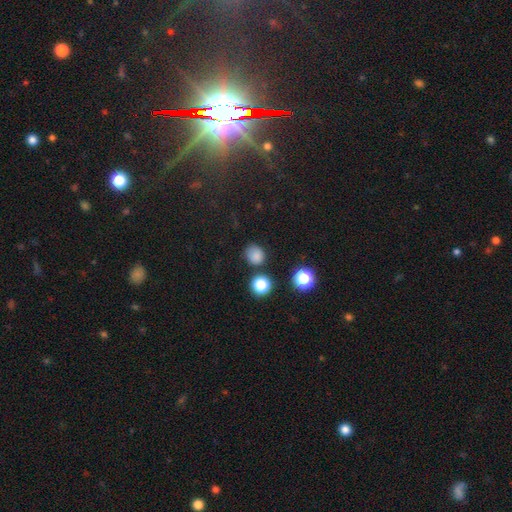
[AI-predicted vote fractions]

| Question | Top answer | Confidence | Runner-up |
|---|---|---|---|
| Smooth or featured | smooth | 78% | star or artifact (17%) |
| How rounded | round | 73% | in between (26%) |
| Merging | none | 75% | minor disturbance (15%) |